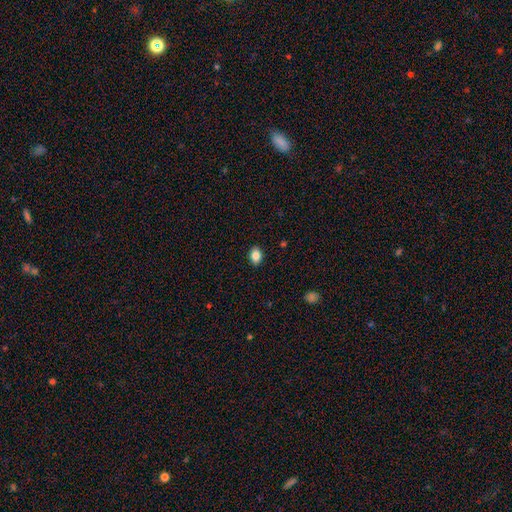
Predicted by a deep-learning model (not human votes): A smooth galaxy with no disk features (85%) that is in between round and cigar-shaped (76%).

Vote fractions:
- Smooth or featured? smooth: 85% / star or artifact: 9% / featured or disk: 6%
- How rounded? in between: 76% / round: 22% / cigar-shaped: 1%
- Merging? none: 89% / minor disturbance: 8% / major disturbance: 2% / merger: 1%